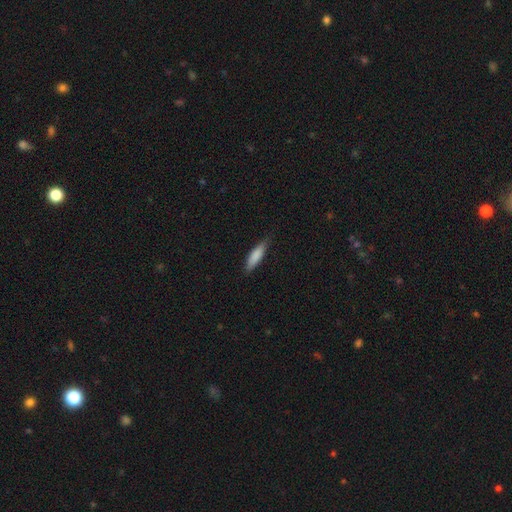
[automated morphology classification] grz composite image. It shows a smooth galaxy with no disk features (83%) that is cigar-shaped (63%). Merging: none (78%).